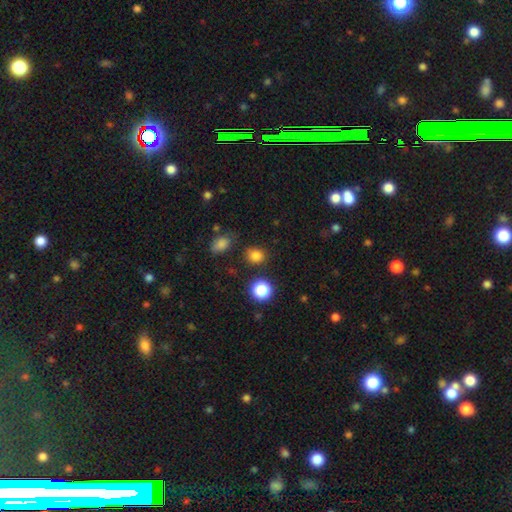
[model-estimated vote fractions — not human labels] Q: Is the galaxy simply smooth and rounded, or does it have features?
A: smooth — 79%.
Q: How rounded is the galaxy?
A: round — 76%.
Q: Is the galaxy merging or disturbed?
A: none — 82%.